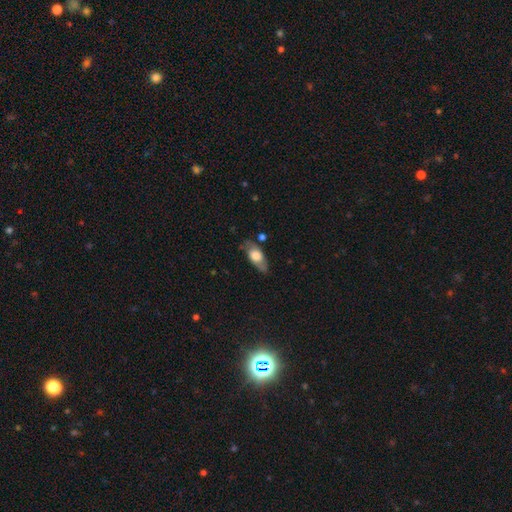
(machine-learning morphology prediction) This appears to be a smooth galaxy with no disk features (51%) that is in between round and cigar-shaped (79%). Merging: none (70%).